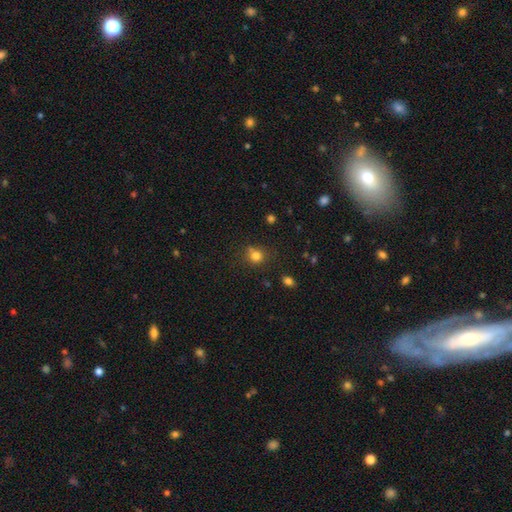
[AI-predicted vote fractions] smooth_or_featured: smooth (p=0.79) [alt: star or artifact p=0.14]
how_rounded: round (p=0.77) [alt: in between p=0.22]
merging: none (p=0.63) [alt: minor disturbance p=0.18]